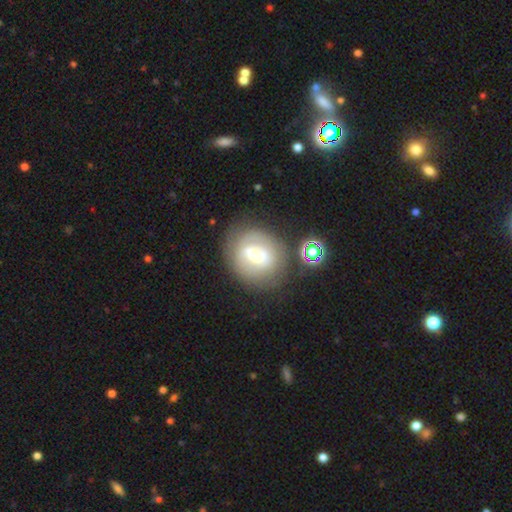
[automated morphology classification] A featured or disk galaxy (52%).

Vote fractions:
- Smooth or featured? featured or disk: 52% / smooth: 39% / star or artifact: 9%
- Edge-on disk? no: 95% / yes: 5%
- Merging? none: 69% / minor disturbance: 16% / merger: 8% / major disturbance: 7%